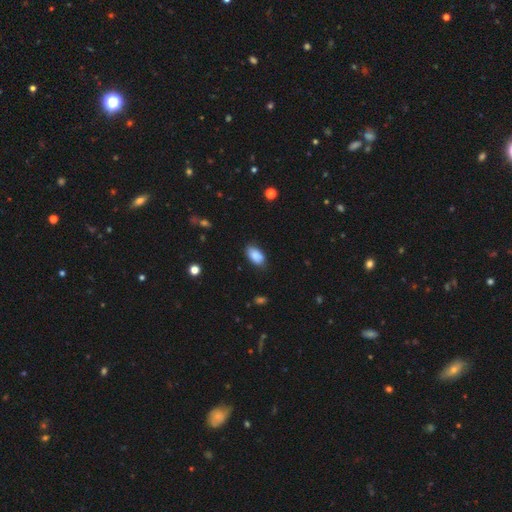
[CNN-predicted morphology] smooth-or-featured: smooth: 87% | star or artifact: 7% | featured or disk: 6%
  how-rounded: in between: 94% | round: 4% | cigar-shaped: 2%
  merging: none: 80% | minor disturbance: 16% | major disturbance: 3% | merger: 1%